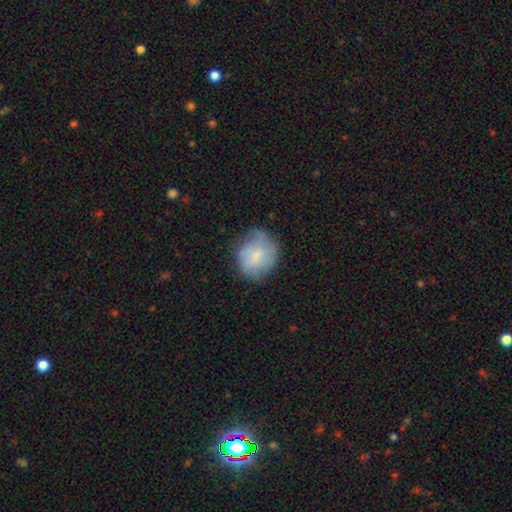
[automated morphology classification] type=smooth (70%); roundness=round (72%); merging=none (60%).